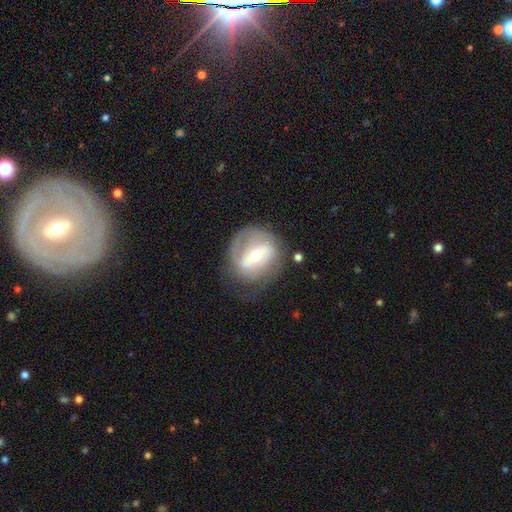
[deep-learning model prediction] Smooth or featured: featured or disk — 73% (smooth — 21%)
Edge-on disk: no — 94% (yes — 6%)
Bar: strong — 49% (weak — 37%)
Spiral arms: yes — 75% (no — 25%)
Spiral winding: tight — 40% (medium — 39%)
Spiral arm count: 2 — 60% (can't tell — 21%)
Bulge size: moderate — 60% (small — 32%)
Merging: none — 63% (minor disturbance — 21%)